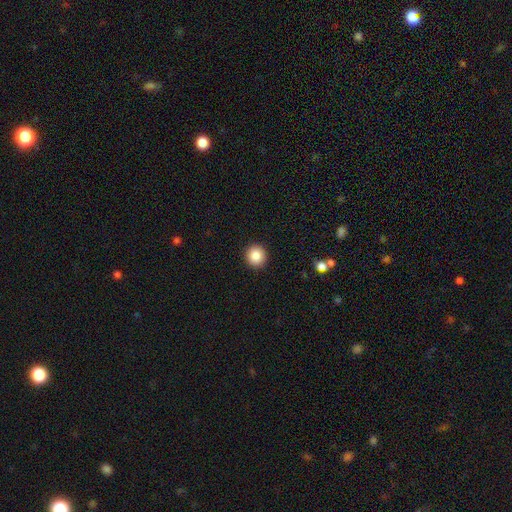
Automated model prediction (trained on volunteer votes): Overall: smooth (87%). How rounded: round (94%). Merging: none (93%).